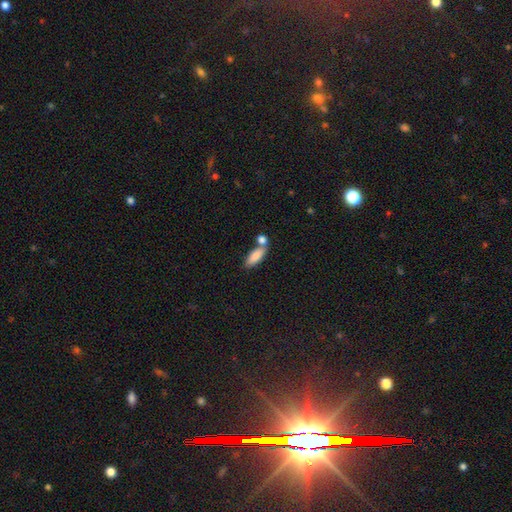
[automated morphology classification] smooth-or-featured: smooth: 84% | featured or disk: 9% | star or artifact: 7%
  how-rounded: in between: 75% | cigar-shaped: 22% | round: 3%
  merging: none: 49% | merger: 34% | minor disturbance: 13% | major disturbance: 4%